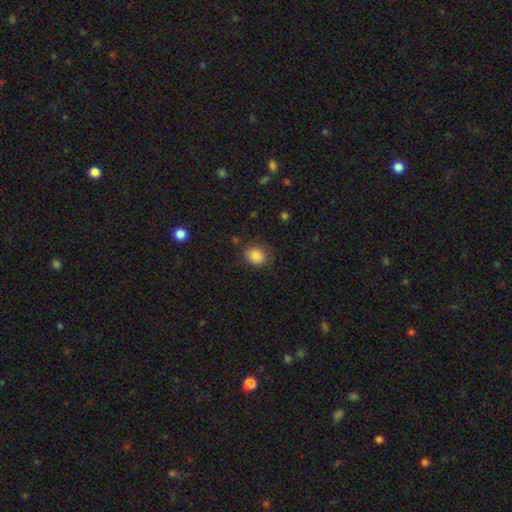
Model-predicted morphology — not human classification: Smooth or featured: smooth — 85% (star or artifact — 10%)
How rounded: round — 68% (in between — 31%)
Merging: none — 80% (minor disturbance — 15%)